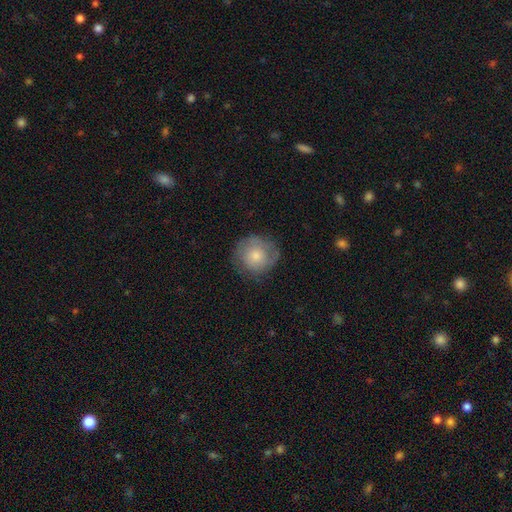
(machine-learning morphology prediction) This is likely a smooth galaxy (66%). How rounded: clearly round (91%). Merging: likely none (74%).